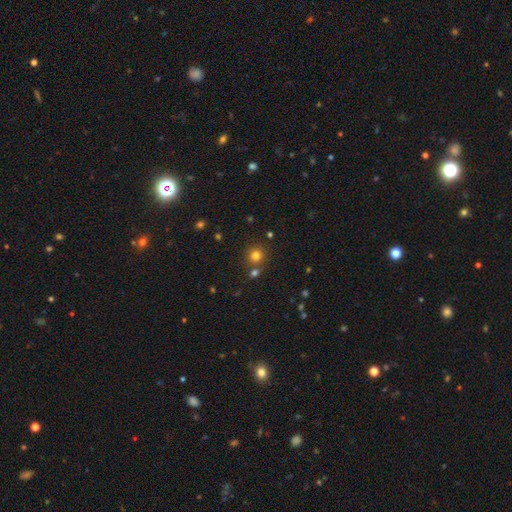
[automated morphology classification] This is likely a smooth galaxy (77%). How rounded: clearly round (91%). Merging: likely none (73%).